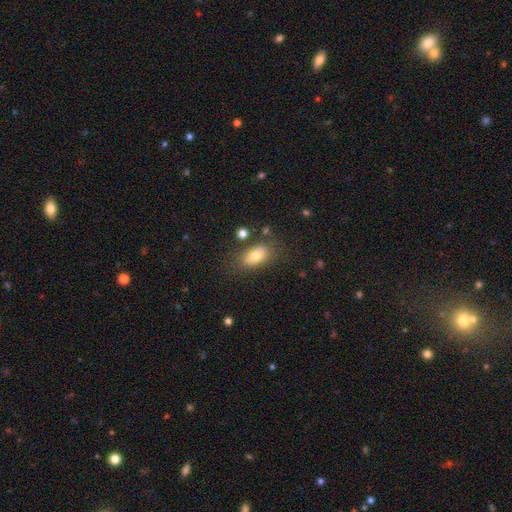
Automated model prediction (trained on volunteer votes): smooth_or_featured: smooth (p=0.76) [alt: featured or disk p=0.15]
how_rounded: in between (p=0.87) [alt: round p=0.08]
merging: none (p=0.71) [alt: minor disturbance p=0.17]